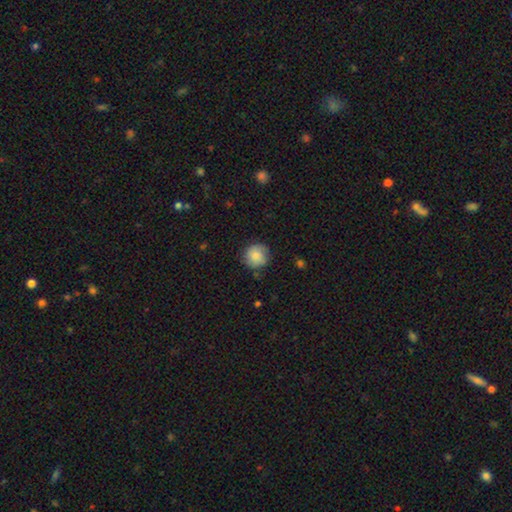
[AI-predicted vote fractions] Overall: smooth (81%). How rounded: round (92%). Merging: none (81%).